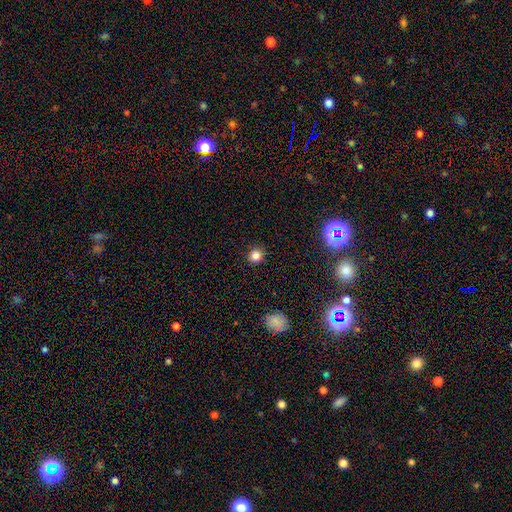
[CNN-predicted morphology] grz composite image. It shows a smooth galaxy with no disk features (81%) that is round (89%). Merging: none (90%).